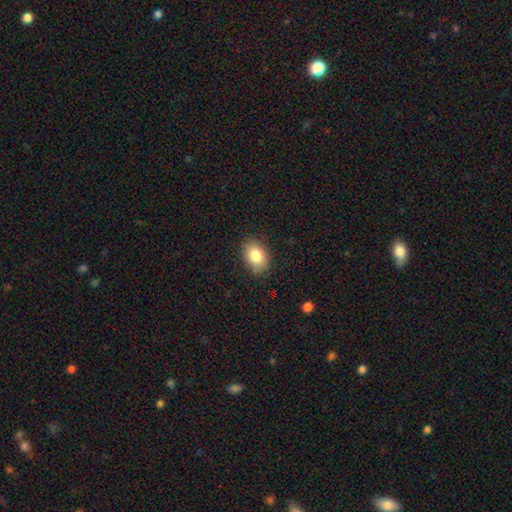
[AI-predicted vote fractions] smooth-or-featured: smooth: 83% | featured or disk: 9% | star or artifact: 8%
  how-rounded: in between: 78% | round: 21% | cigar-shaped: 1%
  merging: none: 84% | minor disturbance: 12% | major disturbance: 3% | merger: 1%